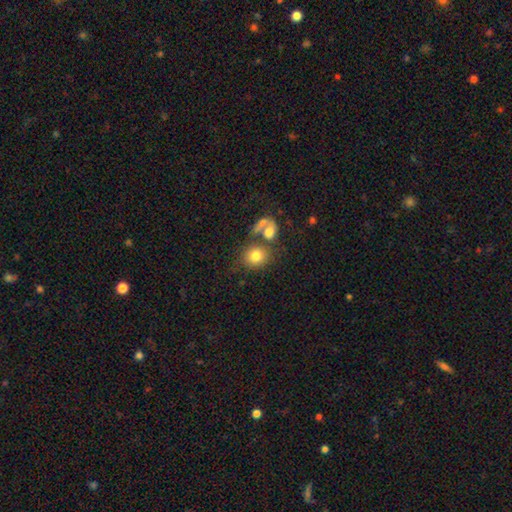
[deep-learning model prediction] This is likely a smooth galaxy (77%). How rounded: likely round (68%). Merging: possibly none (51%).